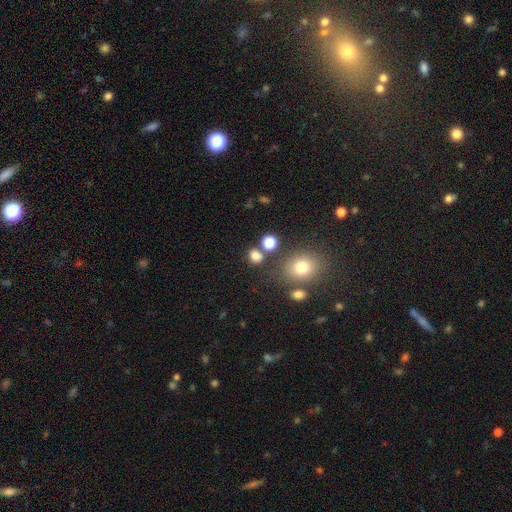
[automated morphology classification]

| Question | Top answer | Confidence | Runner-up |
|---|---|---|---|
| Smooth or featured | smooth | 77% | star or artifact (17%) |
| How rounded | round | 68% | in between (31%) |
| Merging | none | 69% | merger (14%) |